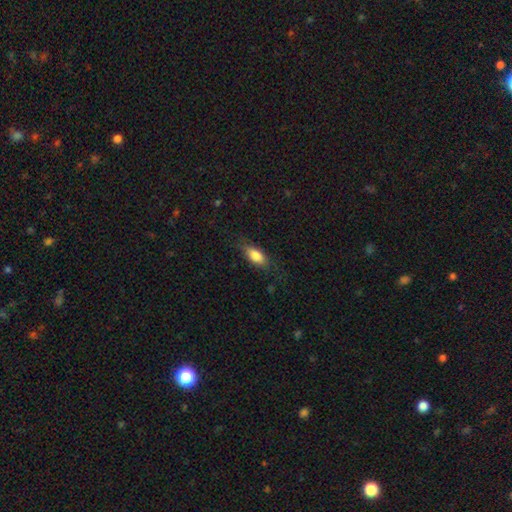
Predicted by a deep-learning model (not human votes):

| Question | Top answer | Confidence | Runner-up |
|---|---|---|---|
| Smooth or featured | smooth | 82% | featured or disk (11%) |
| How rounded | in between | 83% | cigar-shaped (14%) |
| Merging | none | 76% | minor disturbance (18%) |